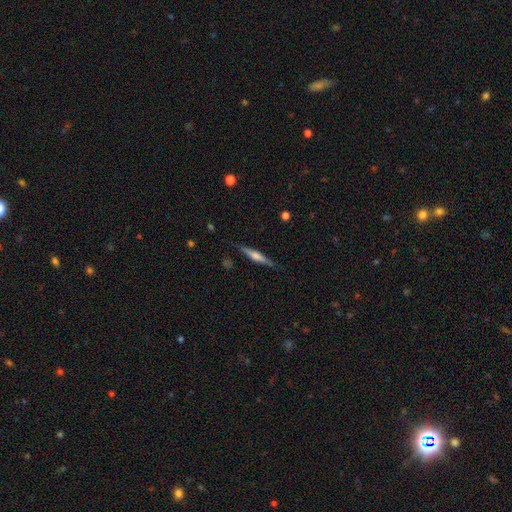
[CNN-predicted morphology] featured or disk 61%, smooth 33%, star or artifact 6%. Down the decision tree: edge-on disk — yes (97%); edge-on bulge — rounded (67%); merging — none (86%).